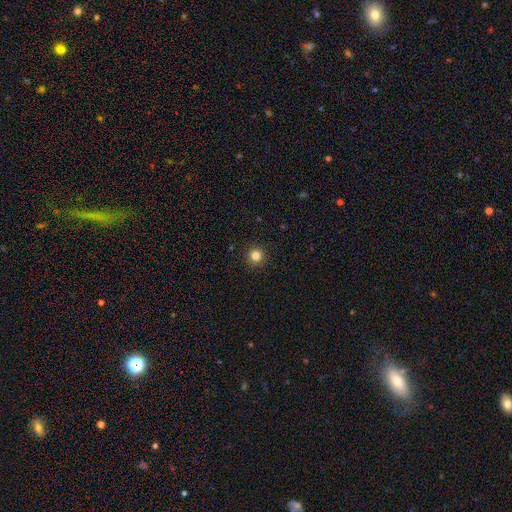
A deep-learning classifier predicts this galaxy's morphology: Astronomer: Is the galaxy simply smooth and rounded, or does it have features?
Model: smooth — 83%.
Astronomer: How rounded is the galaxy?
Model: round — 95%.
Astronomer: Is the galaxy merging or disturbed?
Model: none — 93%.